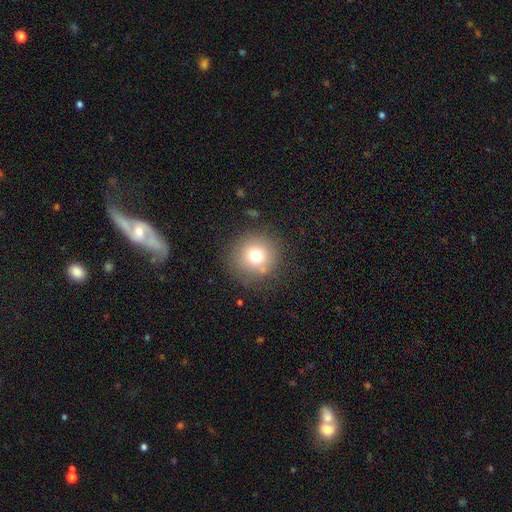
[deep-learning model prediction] Morphology: type=smooth (73%); roundness=round (93%); merging=none (83%).